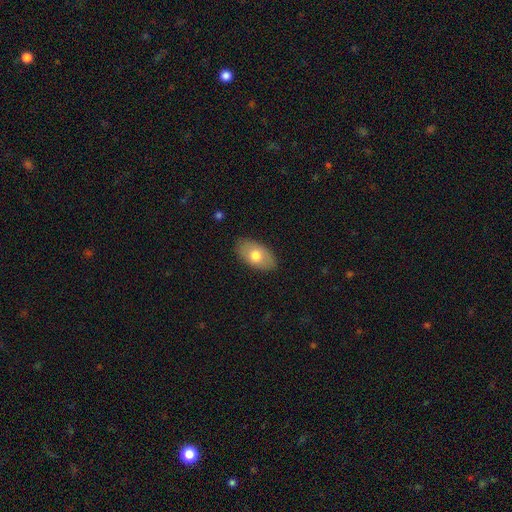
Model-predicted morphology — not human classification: A smooth galaxy with no disk features (69%) that is in between round and cigar-shaped (92%). Merging: none (84%).